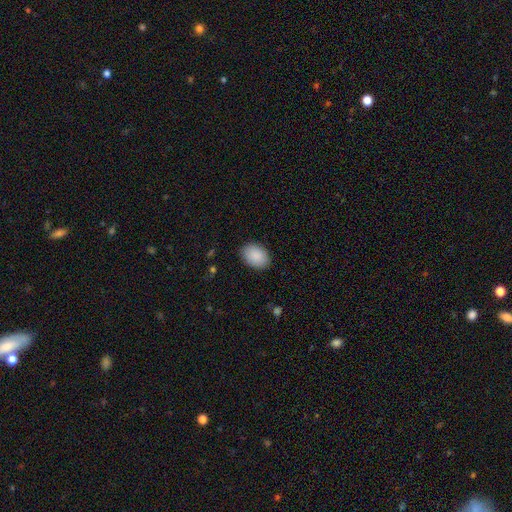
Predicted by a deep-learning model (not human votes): Overall: smooth (90%). How rounded: in between (82%). Merging: none (88%).